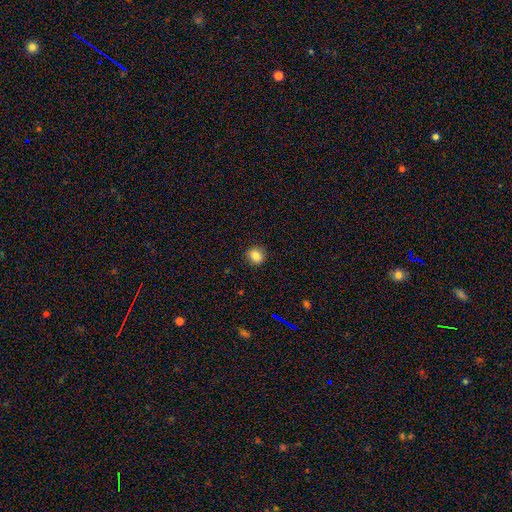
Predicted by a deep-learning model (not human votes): This appears to be a smooth galaxy with no disk features (83%) that is round (84%). Merging: none (90%).